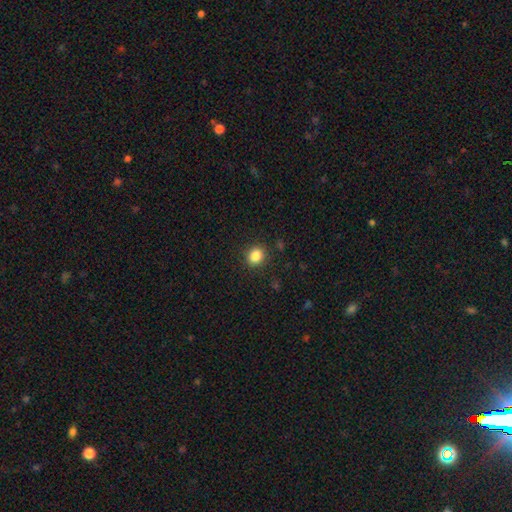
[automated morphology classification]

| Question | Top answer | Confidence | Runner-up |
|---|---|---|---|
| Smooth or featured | smooth | 85% | star or artifact (10%) |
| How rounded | round | 69% | in between (30%) |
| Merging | none | 89% | minor disturbance (7%) |